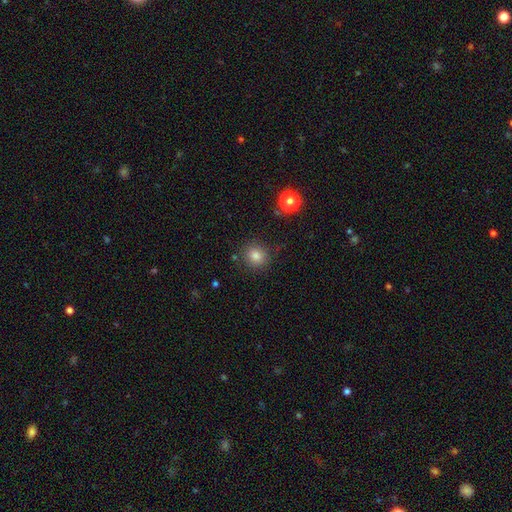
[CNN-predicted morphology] The model was most divided on "smooth or featured": smooth: 82%, star or artifact: 12%, featured or disk: 6%. More confident: how rounded — round (89%); merging — none (86%).